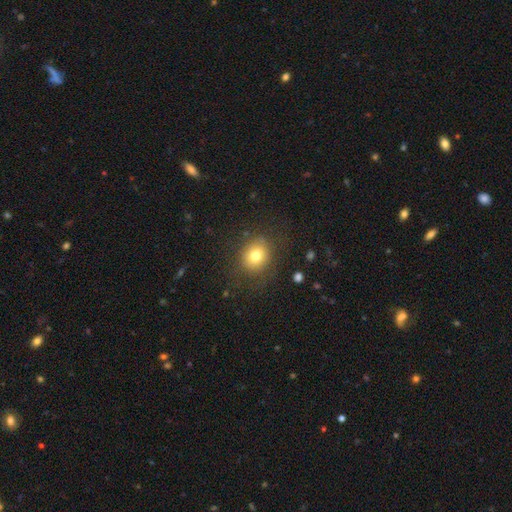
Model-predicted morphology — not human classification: Smooth or featured: smooth — 76% (star or artifact — 12%)
How rounded: round — 71% (in between — 28%)
Merging: none — 80% (minor disturbance — 12%)